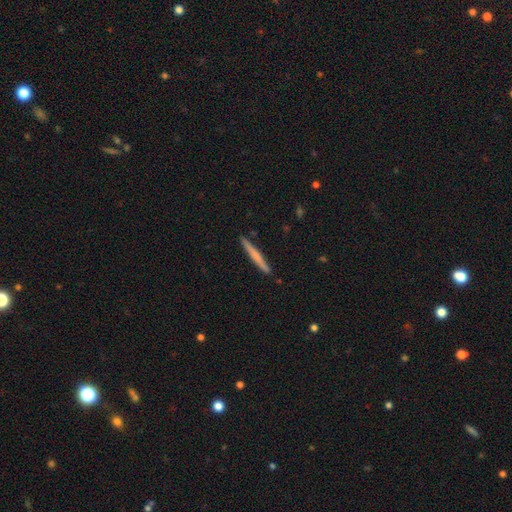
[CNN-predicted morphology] smooth_or_featured: smooth (p=0.56) [alt: featured or disk p=0.39]
how_rounded: cigar-shaped (p=0.97) [alt: in between p=0.02]
merging: none (p=0.91) [alt: minor disturbance p=0.07]